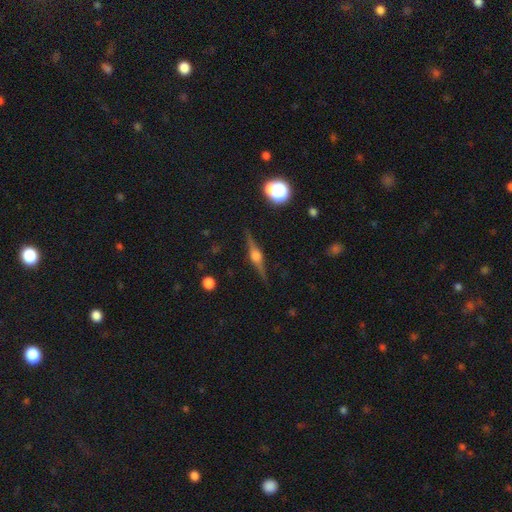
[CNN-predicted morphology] Overall: featured or disk (82%). Edge-on disk: yes (97%). Edge-on bulge: rounded (90%). Merging: none (88%).